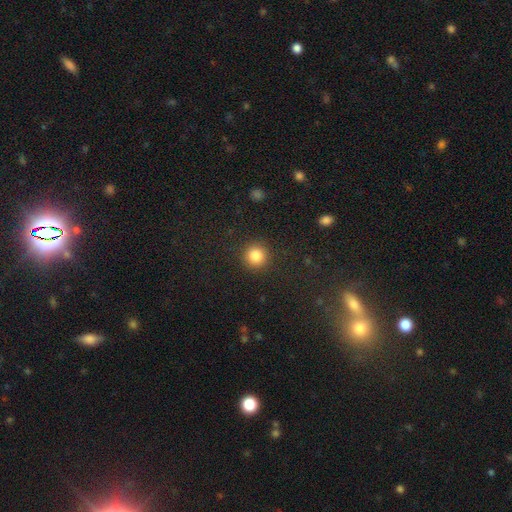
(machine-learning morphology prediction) The model was most divided on "smooth or featured": smooth: 84%, star or artifact: 11%, featured or disk: 5%. More confident: how rounded — round (94%); merging — none (90%).